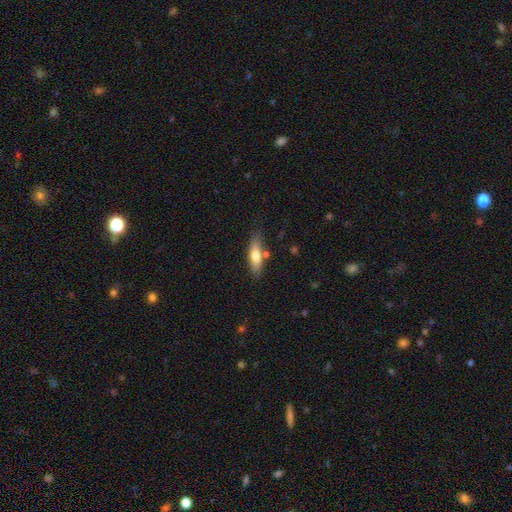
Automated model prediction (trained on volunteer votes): smooth-or-featured: smooth: 68% | featured or disk: 26% | star or artifact: 6%
  how-rounded: cigar-shaped: 50% | in between: 48% | round: 3%
  merging: none: 74% | minor disturbance: 15% | merger: 8% | major disturbance: 3%